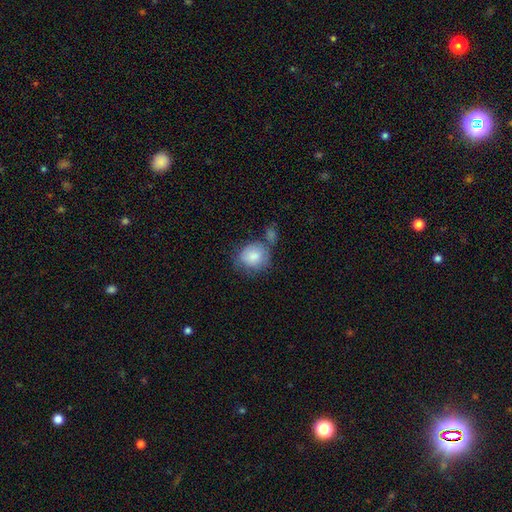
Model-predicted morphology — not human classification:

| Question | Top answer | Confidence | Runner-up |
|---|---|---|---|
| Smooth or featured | smooth | 83% | featured or disk (11%) |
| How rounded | round | 69% | in between (30%) |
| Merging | none | 45% | merger (26%) |